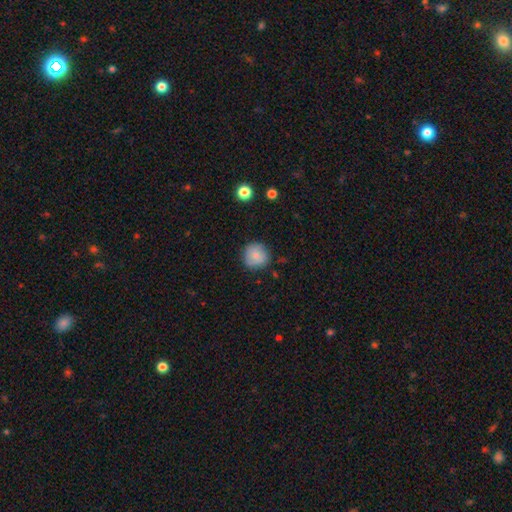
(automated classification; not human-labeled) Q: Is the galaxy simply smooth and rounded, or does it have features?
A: smooth — 81%.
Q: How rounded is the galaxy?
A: round — 93%.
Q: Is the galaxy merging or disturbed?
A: none — 82%.